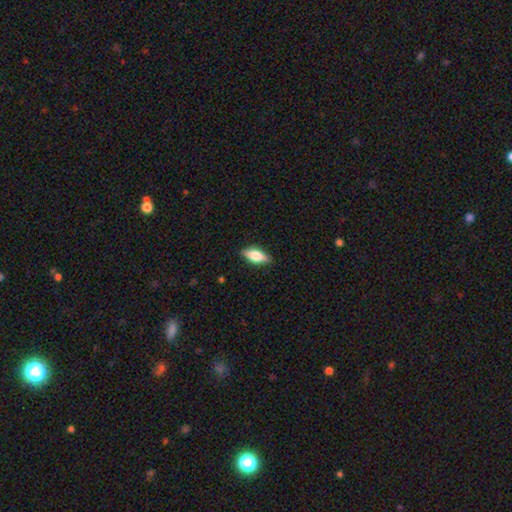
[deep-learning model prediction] Q: Smooth or featured?
A: smooth (67%); runner-up: featured or disk (26%)
Q: How rounded?
A: in between (76%); runner-up: cigar-shaped (21%)
Q: Merging?
A: none (87%); runner-up: minor disturbance (10%)